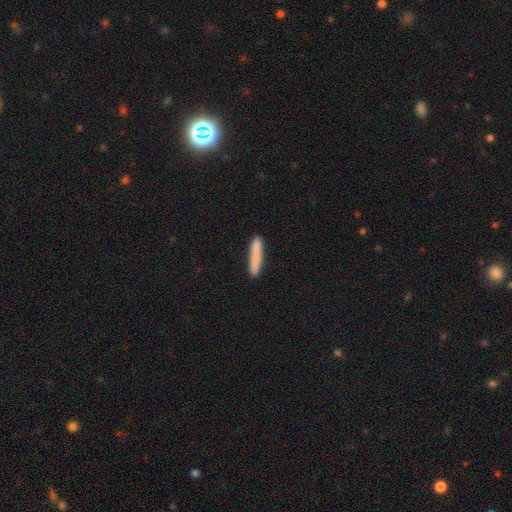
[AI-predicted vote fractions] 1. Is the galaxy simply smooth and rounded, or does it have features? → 76% smooth, 18% featured or disk, 6% star or artifact.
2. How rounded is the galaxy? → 90% cigar-shaped, 8% in between, 1% round.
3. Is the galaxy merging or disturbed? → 77% none, 14% minor disturbance, 6% merger, 3% major disturbance.